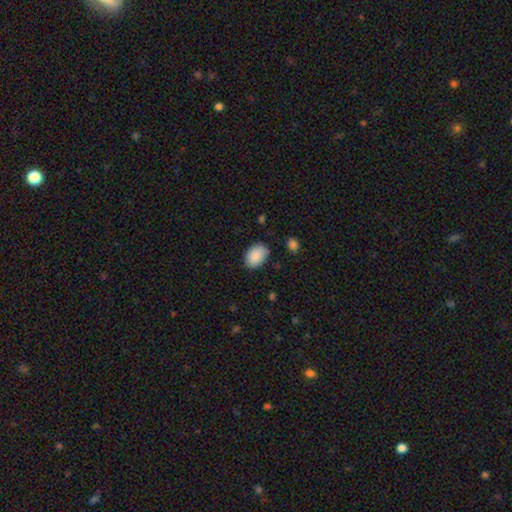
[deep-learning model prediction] Smooth or featured?
  - smooth: 90% *
  - star or artifact: 7%
  - featured or disk: 3%
How rounded?
  - in between: 82% *
  - round: 17%
  - cigar-shaped: 1%
Merging?
  - none: 79% *
  - minor disturbance: 16%
  - major disturbance: 3%
  - merger: 2%